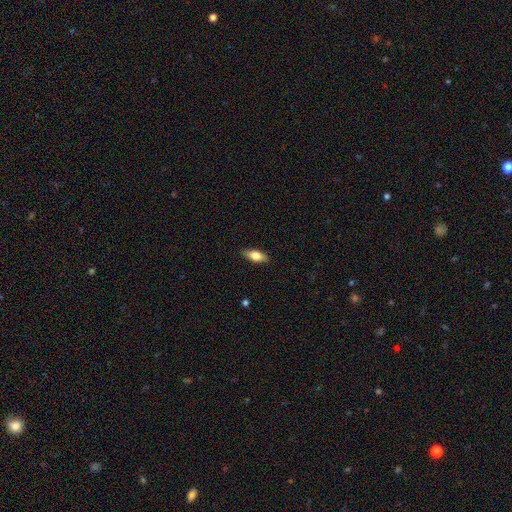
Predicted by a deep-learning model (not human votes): Overall: smooth (72%). How rounded: in between (79%). Merging: none (88%).